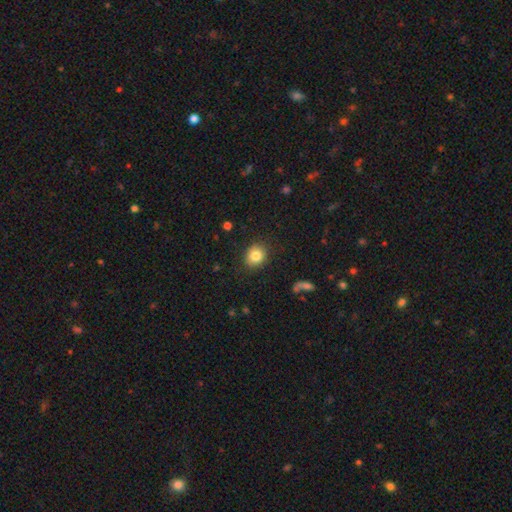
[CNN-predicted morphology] Smooth or featured? Predicted: smooth (p=0.83). How rounded? Predicted: round (p=0.64). Merging? Predicted: none (p=0.86).